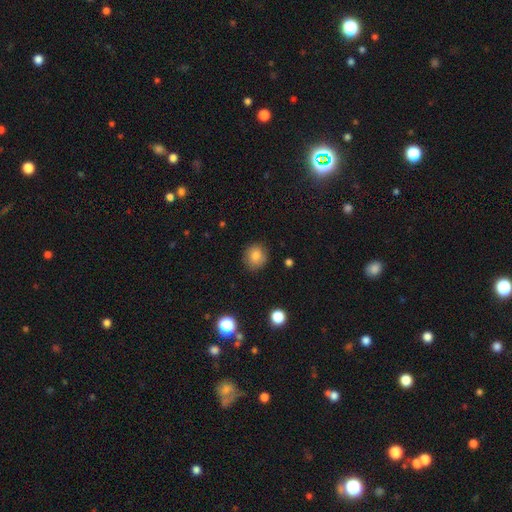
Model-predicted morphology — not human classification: This is clearly a smooth galaxy (83%). How rounded: clearly round (85%). Merging: clearly none (86%).